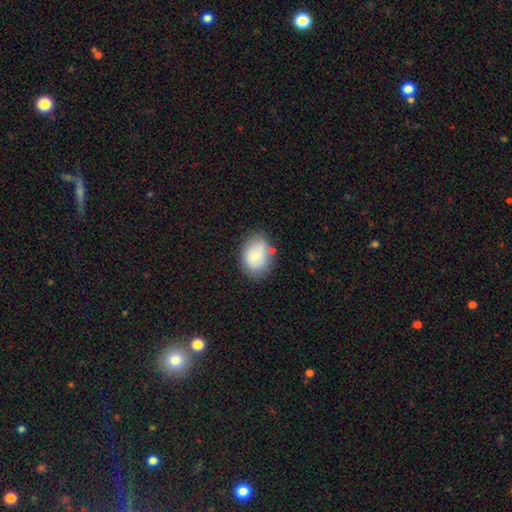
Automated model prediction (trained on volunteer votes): Smooth or featured? smooth (77%)
How rounded? in between (76%)
Merging? none (72%)